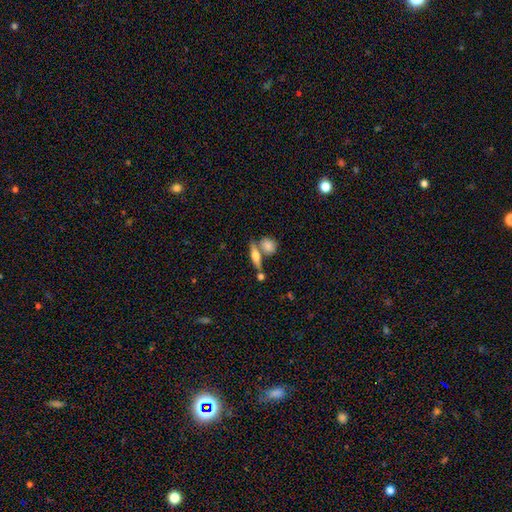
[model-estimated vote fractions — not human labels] A featured or disk galaxy (49%). Merging: none (62%).